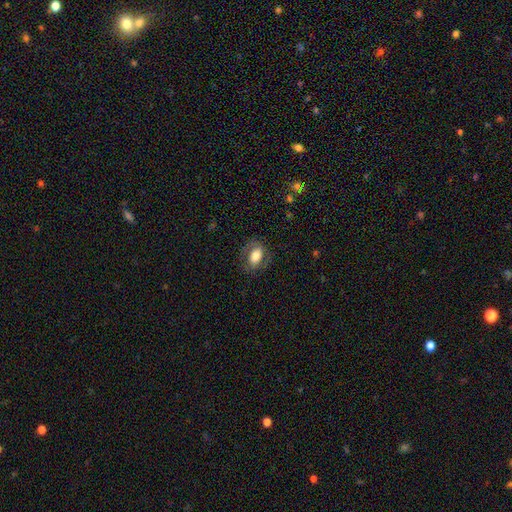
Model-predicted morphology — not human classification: Smooth or featured? smooth (61%)
How rounded? in between (82%)
Merging? none (72%)